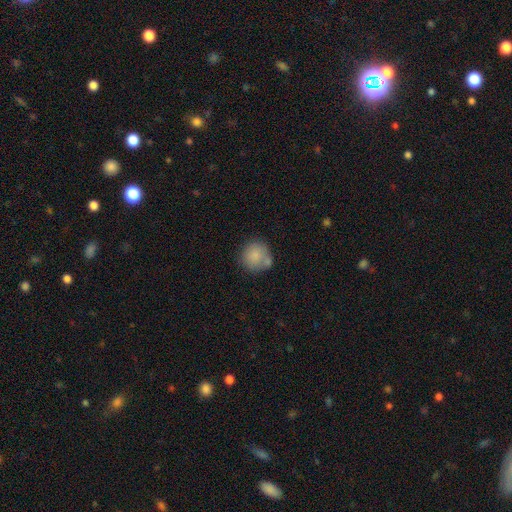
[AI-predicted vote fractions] smooth-or-featured: smooth: 82% | featured or disk: 10% | star or artifact: 8%
  how-rounded: round: 89% | in between: 10% | cigar-shaped: 1%
  merging: none: 56% | merger: 19% | minor disturbance: 18% | major disturbance: 7%